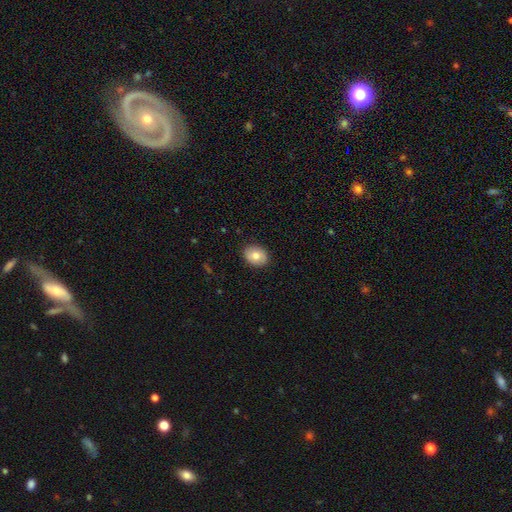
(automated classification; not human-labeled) Smooth or featured?
  - smooth: 75% *
  - featured or disk: 17%
  - star or artifact: 8%
How rounded?
  - in between: 56% *
  - round: 43%
  - cigar-shaped: 1%
Merging?
  - none: 88% *
  - minor disturbance: 9%
  - major disturbance: 2%
  - merger: 1%